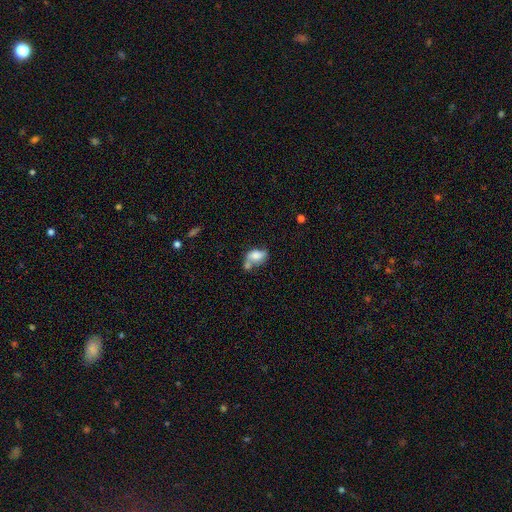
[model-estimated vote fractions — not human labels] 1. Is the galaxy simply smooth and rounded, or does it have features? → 71% smooth, 20% featured or disk, 9% star or artifact.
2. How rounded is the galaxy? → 85% in between, 13% round, 2% cigar-shaped.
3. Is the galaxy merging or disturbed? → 43% merger, 28% none, 19% minor disturbance, 10% major disturbance.